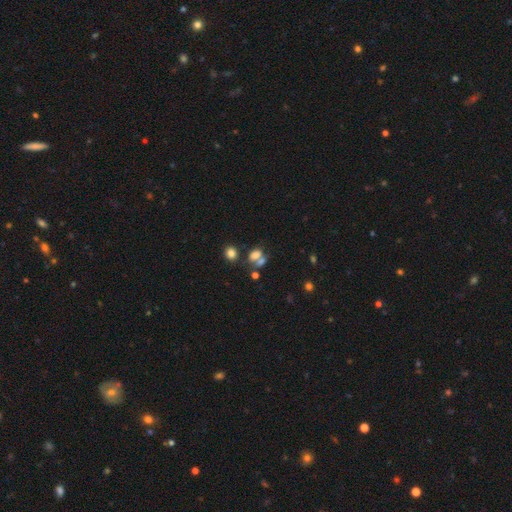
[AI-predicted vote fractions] Morphology: type=smooth (69%); roundness=in between (72%); merging=merger (42%).